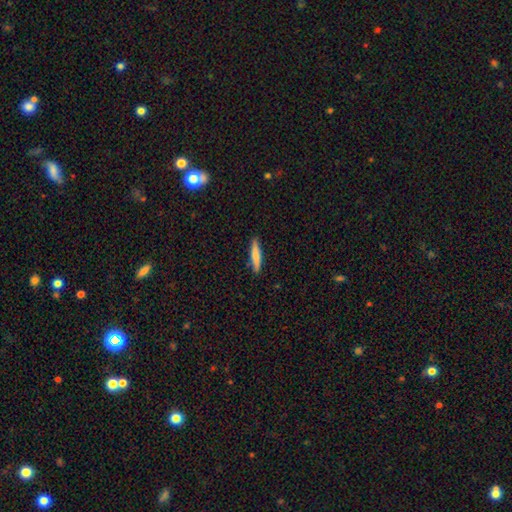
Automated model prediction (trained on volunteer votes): A smooth galaxy with no disk features (73%) that is cigar-shaped (87%). Merging: none (88%).